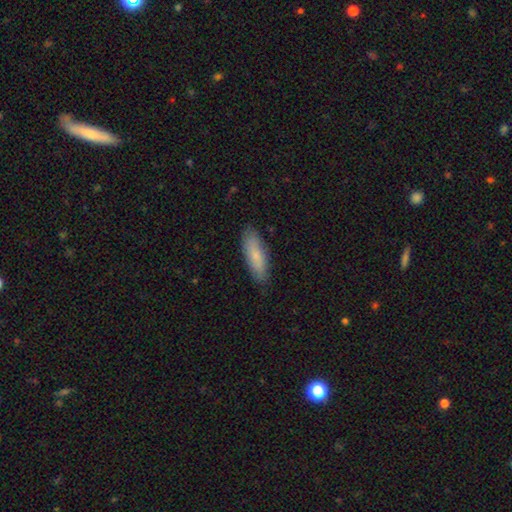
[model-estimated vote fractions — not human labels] Smooth or featured: smooth — 79% (featured or disk — 16%)
How rounded: cigar-shaped — 51% (in between — 47%)
Merging: none — 86% (minor disturbance — 11%)